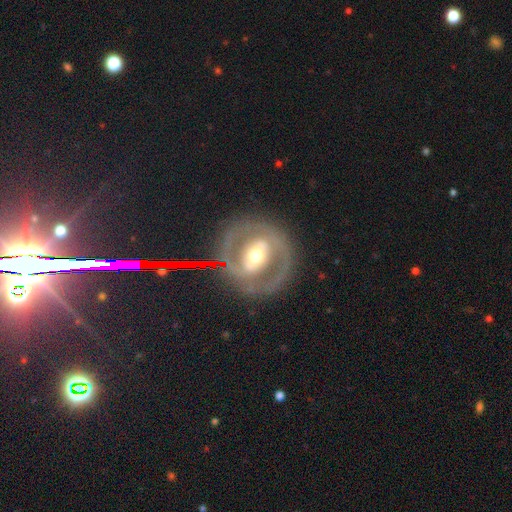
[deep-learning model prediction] smooth_or_featured: featured or disk (p=0.75) [alt: smooth p=0.19]
disk_edge_on: no (p=0.93) [alt: yes p=0.07]
bar: strong (p=0.54) [alt: weak p=0.27]
has_spiral_arms: no (p=0.55) [alt: yes p=0.45]
bulge_size: moderate (p=0.67) [alt: small p=0.18]
merging: none (p=0.79) [alt: minor disturbance p=0.11]